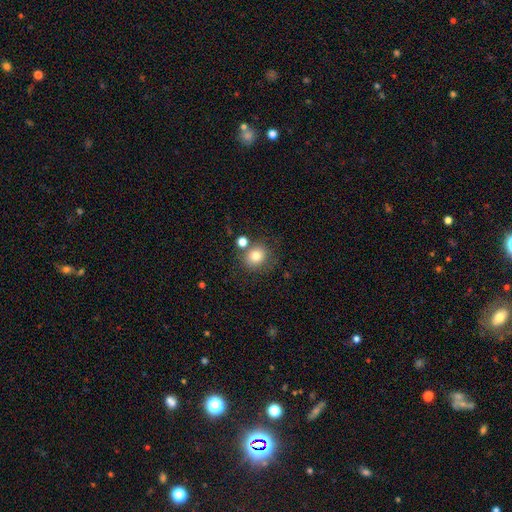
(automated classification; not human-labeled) This is likely a smooth galaxy (79%). How rounded: clearly round (82%). Merging: likely none (70%).